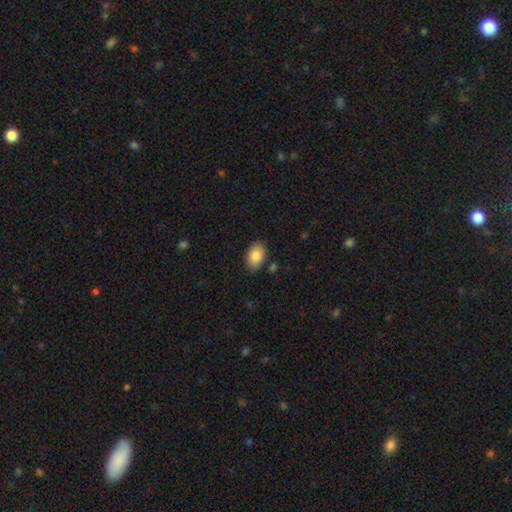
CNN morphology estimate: Overall: smooth (86%). How rounded: in between (90%). Merging: none (84%).